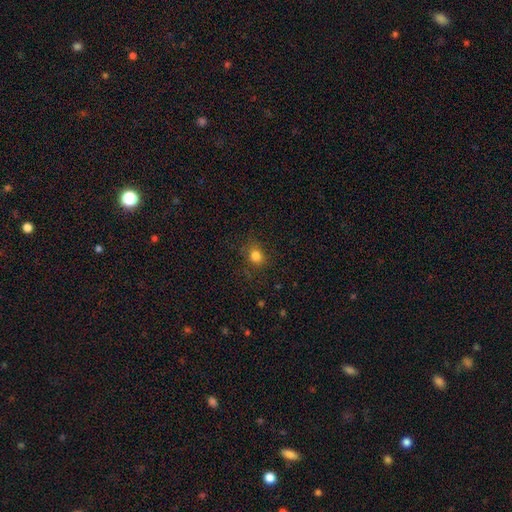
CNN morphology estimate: A smooth galaxy with no disk features (80%) that is round (66%).

Vote fractions:
- Smooth or featured? smooth: 80% / star or artifact: 14% / featured or disk: 6%
- How rounded? round: 66% / in between: 32% / cigar-shaped: 1%
- Merging? none: 80% / minor disturbance: 14% / major disturbance: 5% / merger: 1%